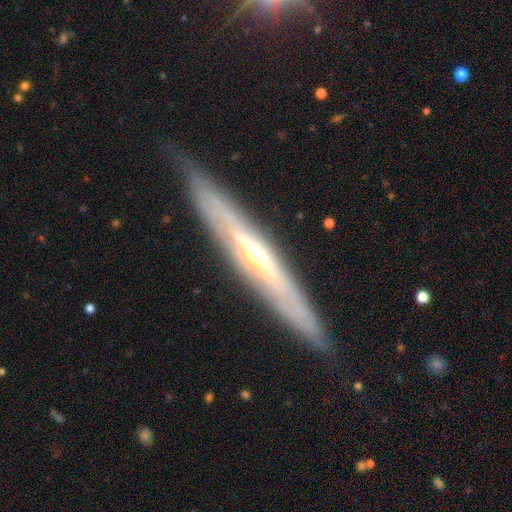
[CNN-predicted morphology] smooth_or_featured: featured or disk (p=0.78) [alt: smooth p=0.15]
disk_edge_on: yes (p=0.81) [alt: no p=0.19]
edge_on_bulge: rounded (p=0.71) [alt: none p=0.26]
merging: none (p=0.83) [alt: minor disturbance p=0.13]